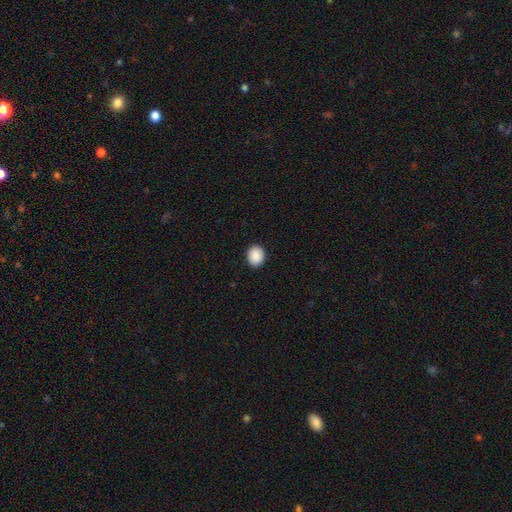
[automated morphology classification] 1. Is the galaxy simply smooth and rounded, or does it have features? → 89% smooth, 7% star or artifact, 4% featured or disk.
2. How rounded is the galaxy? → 58% round, 41% in between, 1% cigar-shaped.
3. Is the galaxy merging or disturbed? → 91% none, 6% minor disturbance, 2% major disturbance, 1% merger.